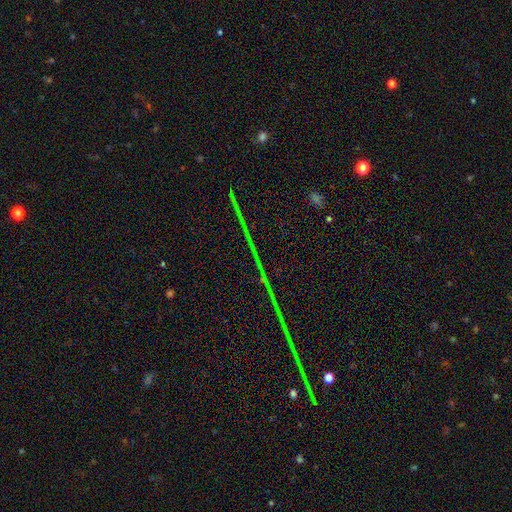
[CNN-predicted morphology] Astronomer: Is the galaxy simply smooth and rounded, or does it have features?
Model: star or artifact — 83%.